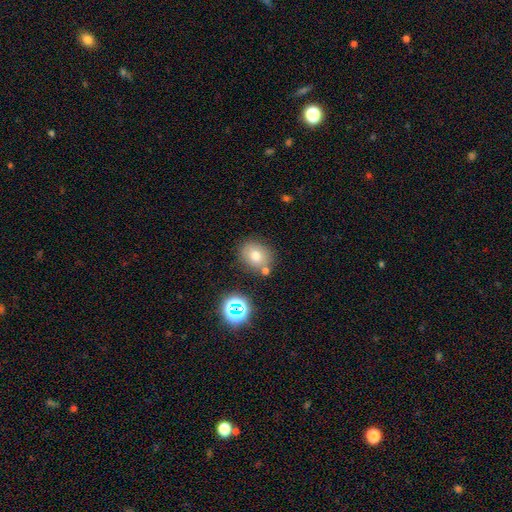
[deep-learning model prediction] Q: Smooth or featured?
A: smooth (72%); runner-up: star or artifact (15%)
Q: How rounded?
A: round (61%); runner-up: in between (39%)
Q: Merging?
A: none (73%); runner-up: minor disturbance (12%)